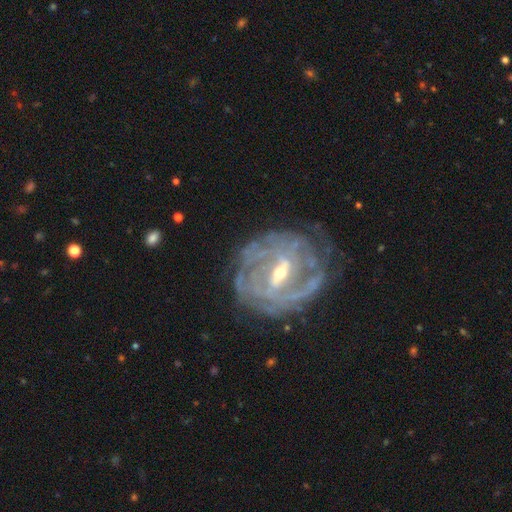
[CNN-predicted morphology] Smooth or featured: featured or disk — 89% (star or artifact — 6%)
Edge-on disk: no — 95% (yes — 5%)
Bar: strong — 50% (weak — 39%)
Spiral arms: yes — 94% (no — 6%)
Spiral winding: tight — 73% (medium — 22%)
Spiral arm count: can't tell — 36% (2 — 18%)
Bulge size: small — 52% (moderate — 45%)
Merging: none — 74% (minor disturbance — 17%)